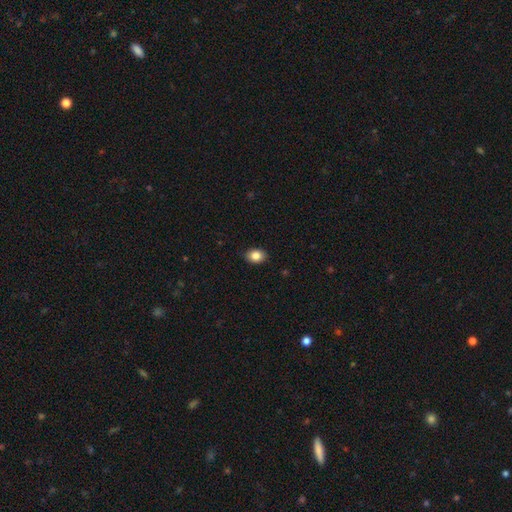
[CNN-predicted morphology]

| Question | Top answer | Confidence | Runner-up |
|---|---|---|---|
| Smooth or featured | smooth | 86% | star or artifact (9%) |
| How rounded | in between | 69% | round (30%) |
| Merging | none | 88% | minor disturbance (9%) |